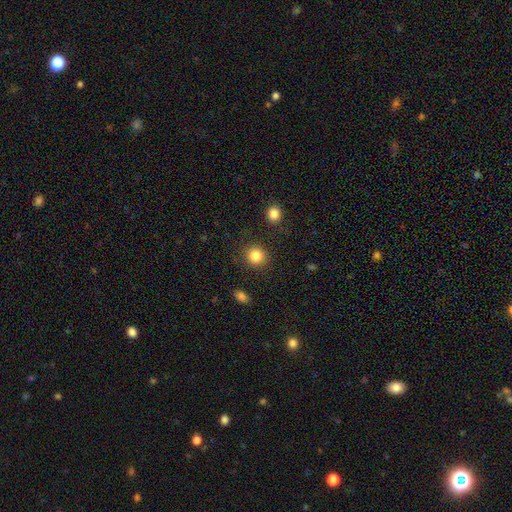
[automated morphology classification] Smooth or featured? Predicted: smooth (p=0.85). How rounded? Predicted: round (p=0.88). Merging? Predicted: none (p=0.87).